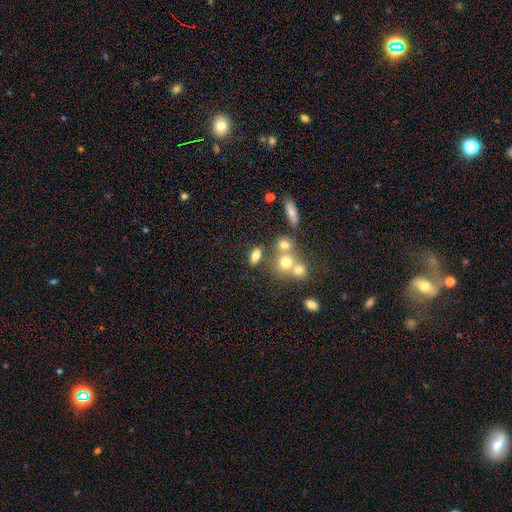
A smooth galaxy with no disk features (69%) that is in between round and cigar-shaped (85%).

Vote fractions:
- Smooth or featured? smooth: 69% / featured or disk: 23% / star or artifact: 8%
- How rounded? in between: 85% / round: 11% / cigar-shaped: 4%
- Merging? none: 56% / merger: 22% / minor disturbance: 19% / major disturbance: 3%